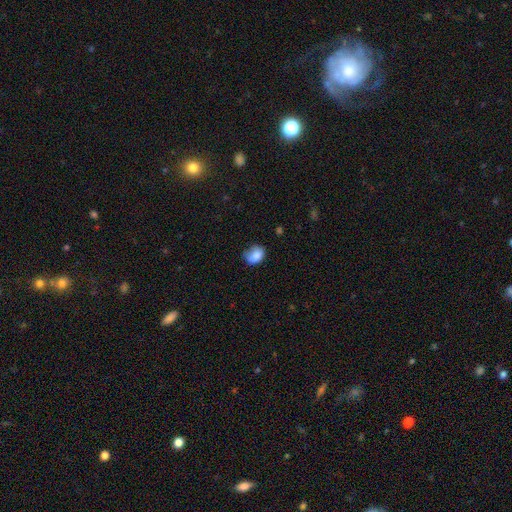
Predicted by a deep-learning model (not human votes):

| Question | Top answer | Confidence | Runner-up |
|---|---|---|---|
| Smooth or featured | smooth | 81% | featured or disk (10%) |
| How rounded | in between | 59% | round (40%) |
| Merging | none | 46% | minor disturbance (37%) |